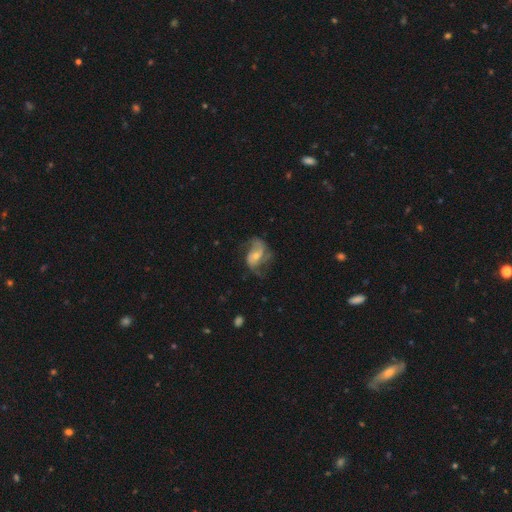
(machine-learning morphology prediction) Smooth or featured?
  - featured or disk: 74% *
  - smooth: 19%
  - star or artifact: 7%
Edge-on disk?
  - no: 97% *
  - yes: 3%
Bar?
  - no: 50% *
  - weak: 36%
  - strong: 14%
Spiral arms?
  - yes: 88% *
  - no: 12%
Spiral winding?
  - loose: 45% *
  - medium: 41%
  - tight: 14%
Spiral arm count?
  - 2: 71% *
  - can't tell: 12%
  - 3: 9%
  - 1: 5%
  - 4: 2%
  - more than 4: 2%
Bulge size?
  - moderate: 51% *
  - small: 43%
  - large: 3%
  - none: 2%
  - dominant: 1%
Merging?
  - none: 51% *
  - minor disturbance: 24%
  - major disturbance: 23%
  - merger: 2%